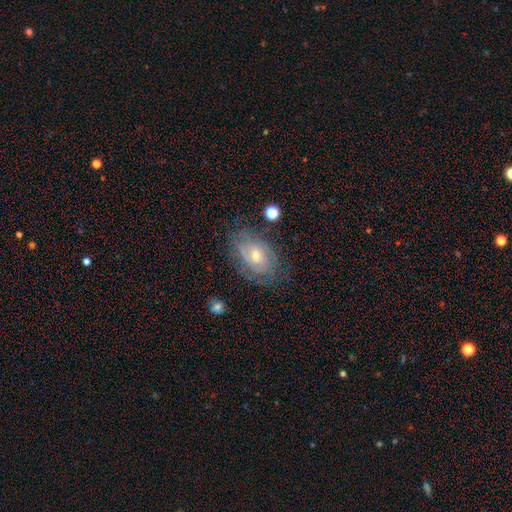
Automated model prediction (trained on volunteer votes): This appears to be a featured or disk galaxy (67%) with no bar (62%), tight (63%) spiral arms (79%) and a moderate central bulge (49%). Merging: none (70%).